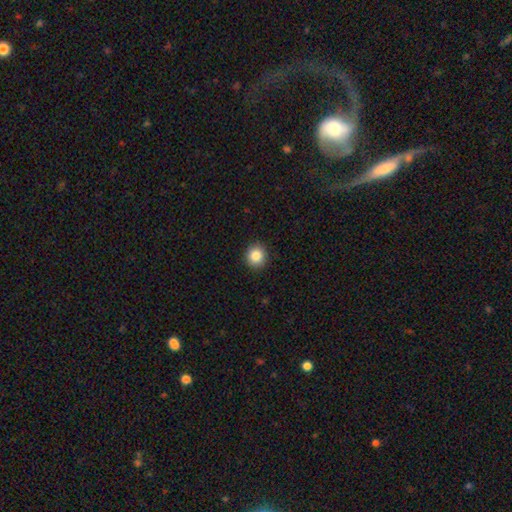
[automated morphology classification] Q: Smooth or featured?
A: smooth (85%); runner-up: star or artifact (10%)
Q: How rounded?
A: round (88%); runner-up: in between (11%)
Q: Merging?
A: none (92%); runner-up: minor disturbance (6%)